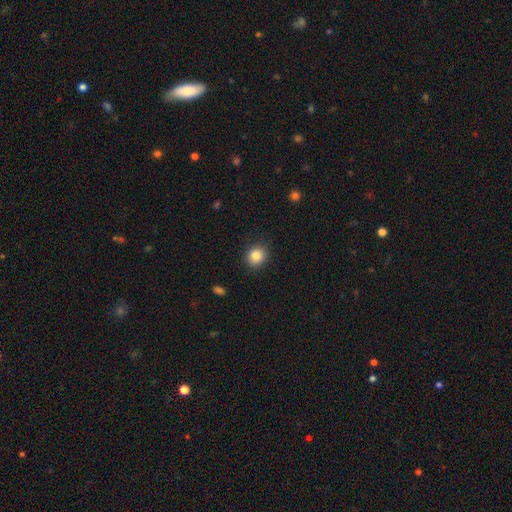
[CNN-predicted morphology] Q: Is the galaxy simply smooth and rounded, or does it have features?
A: smooth — 83%.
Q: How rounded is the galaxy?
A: round — 81%.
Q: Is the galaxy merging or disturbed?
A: none — 89%.